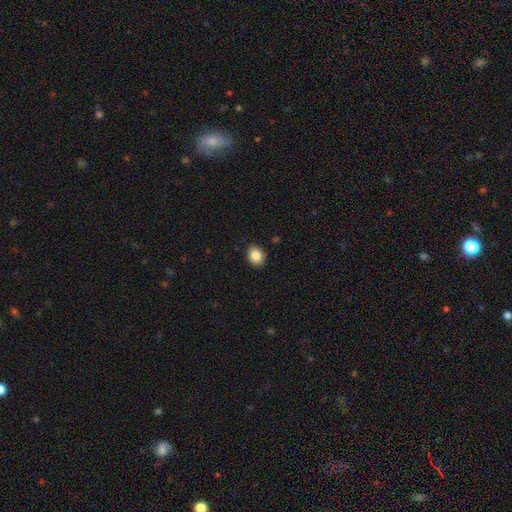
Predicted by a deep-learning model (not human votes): A smooth galaxy with no disk features (85%) that is in between round and cigar-shaped (53%). Merging: none (89%).